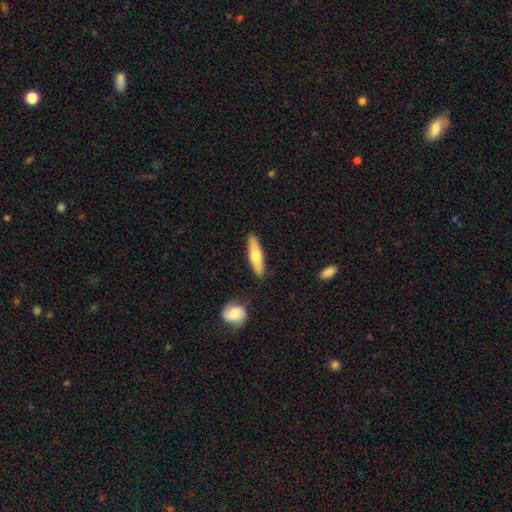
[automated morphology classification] A smooth galaxy with no disk features (59%) that is cigar-shaped (64%). Merging: none (86%).